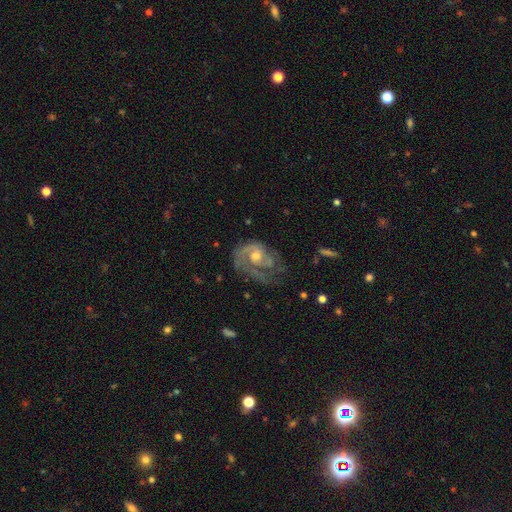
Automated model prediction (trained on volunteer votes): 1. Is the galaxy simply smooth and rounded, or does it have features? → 83% featured or disk, 11% smooth, 6% star or artifact.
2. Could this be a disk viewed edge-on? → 97% no, 3% yes.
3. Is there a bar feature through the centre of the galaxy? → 69% no, 26% weak, 4% strong.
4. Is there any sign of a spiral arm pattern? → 91% yes, 9% no.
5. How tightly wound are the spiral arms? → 42% medium, 41% tight, 17% loose.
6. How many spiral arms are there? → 45% 2, 22% 1, 18% can't tell, 10% 3, 3% 4, 3% more than 4.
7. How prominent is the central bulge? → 62% moderate, 30% small, 5% large, 2% none, 1% dominant.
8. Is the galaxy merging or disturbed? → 48% none, 27% major disturbance, 22% minor disturbance, 3% merger.